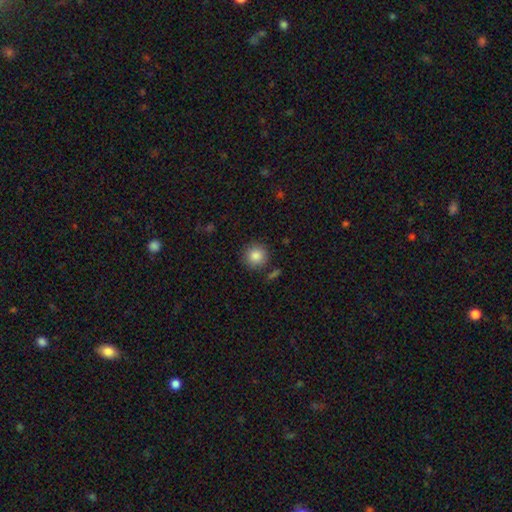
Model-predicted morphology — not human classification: Q: Smooth or featured?
A: smooth (86%); runner-up: star or artifact (9%)
Q: How rounded?
A: round (93%); runner-up: in between (6%)
Q: Merging?
A: none (85%); runner-up: minor disturbance (9%)